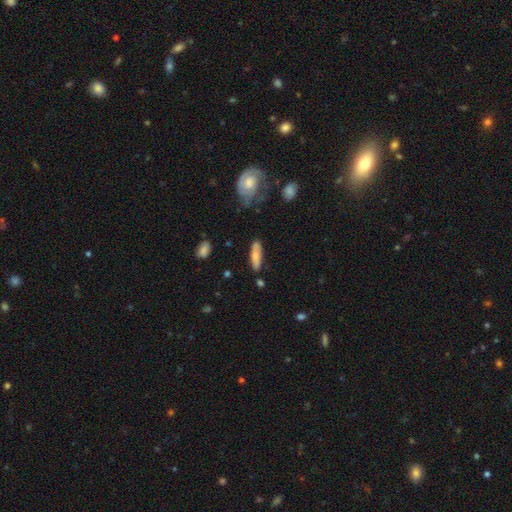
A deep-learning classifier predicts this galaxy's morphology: The model was most divided on "how rounded": cigar-shaped: 68%, in between: 30%, round: 2%. More confident: merging — none (79%); smooth or featured — smooth (70%).